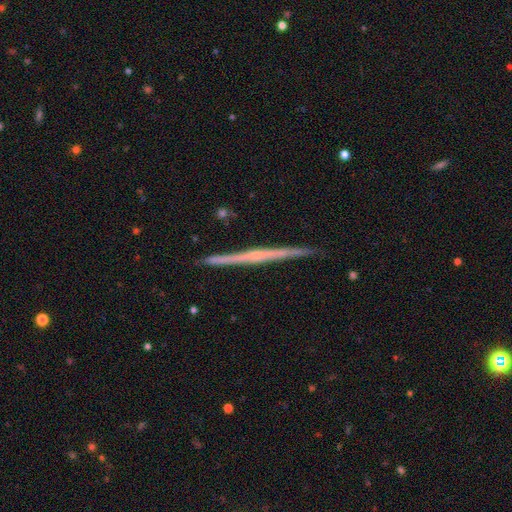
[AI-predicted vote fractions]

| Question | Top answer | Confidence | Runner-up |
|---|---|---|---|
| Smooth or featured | featured or disk | 73% | smooth (20%) |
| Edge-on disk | yes | 98% | no (2%) |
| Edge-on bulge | none | 55% | rounded (37%) |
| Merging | none | 90% | minor disturbance (7%) |